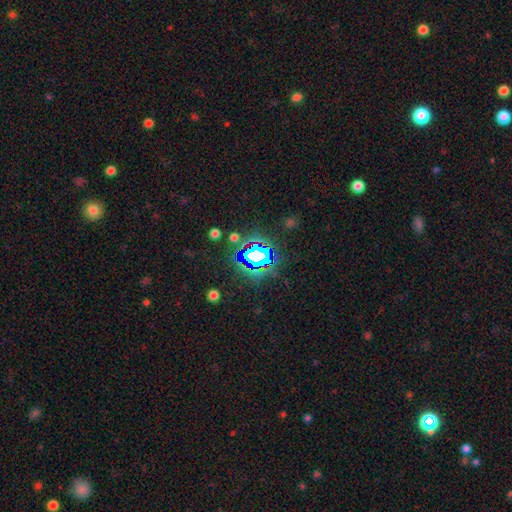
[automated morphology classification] Overall: star or artifact (67%).